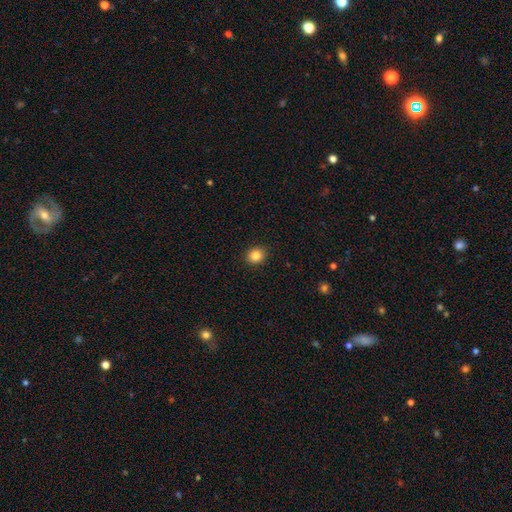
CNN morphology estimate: This is clearly a smooth galaxy (85%). How rounded: likely round (73%). Merging: clearly none (91%).